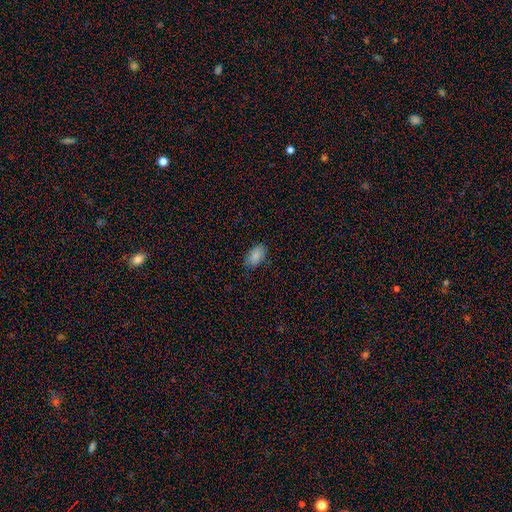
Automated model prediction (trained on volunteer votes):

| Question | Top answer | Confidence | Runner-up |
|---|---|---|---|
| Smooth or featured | smooth | 85% | star or artifact (9%) |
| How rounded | in between | 92% | round (6%) |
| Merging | none | 75% | minor disturbance (20%) |